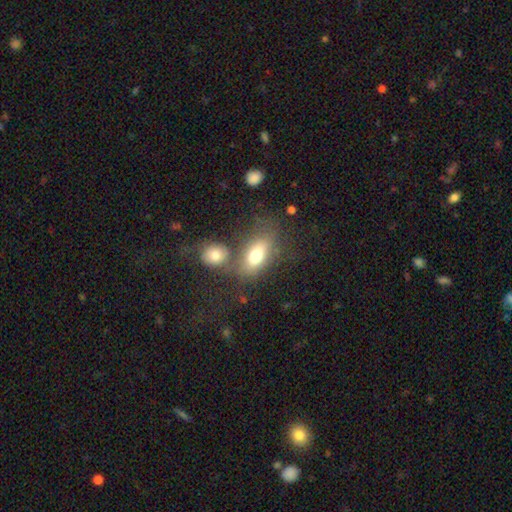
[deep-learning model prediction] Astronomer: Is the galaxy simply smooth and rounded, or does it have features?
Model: smooth — 71%.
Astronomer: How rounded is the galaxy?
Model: in between — 84%.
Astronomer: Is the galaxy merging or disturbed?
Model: none — 49% (runner-up: merger, 28%).